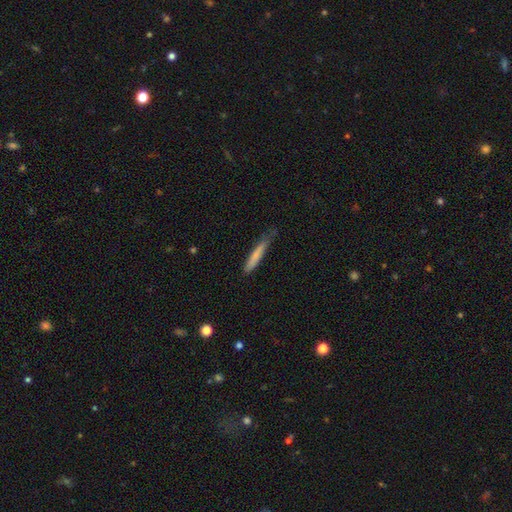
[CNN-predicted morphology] smooth-or-featured: smooth: 75% | featured or disk: 19% | star or artifact: 6%
  how-rounded: cigar-shaped: 94% | in between: 5% | round: 1%
  merging: none: 60% | minor disturbance: 31% | major disturbance: 6% | merger: 2%